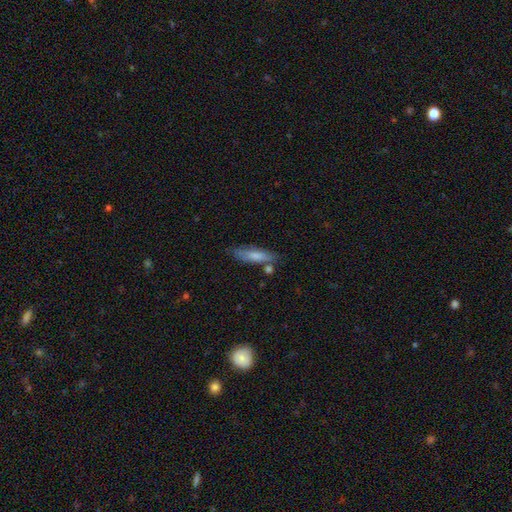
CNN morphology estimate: A smooth galaxy with no disk features (75%) that is cigar-shaped (61%). Merging: none (66%).